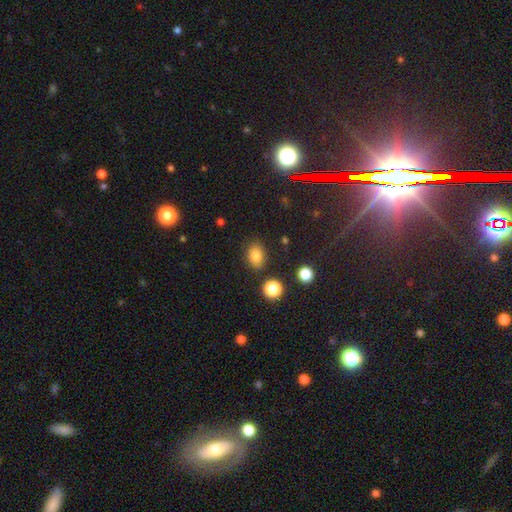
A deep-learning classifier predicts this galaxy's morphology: A smooth galaxy with no disk features (81%) that is in between round and cigar-shaped (70%). Merging: none (82%).